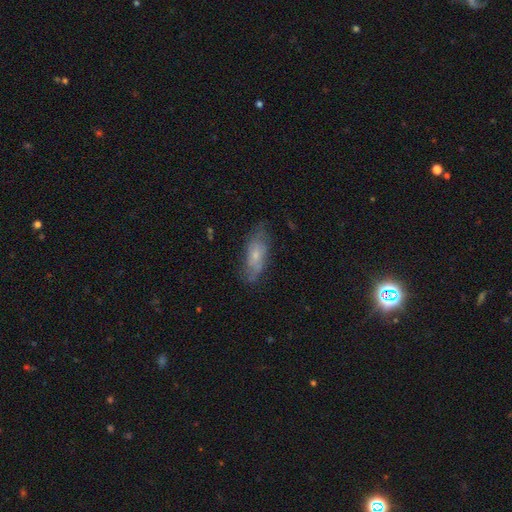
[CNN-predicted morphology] Smooth or featured?
  - featured or disk: 46% * (tied)
  - smooth: 46% * (tied)
  - star or artifact: 8%
Merging?
  - none: 64% *
  - minor disturbance: 25%
  - major disturbance: 9%
  - merger: 2%